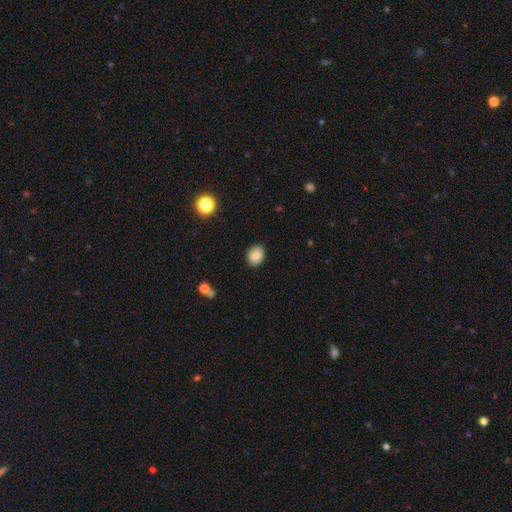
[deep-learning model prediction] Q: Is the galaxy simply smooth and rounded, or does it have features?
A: smooth — 86%.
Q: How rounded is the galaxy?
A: in between — 64%.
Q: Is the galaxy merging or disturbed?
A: none — 88%.